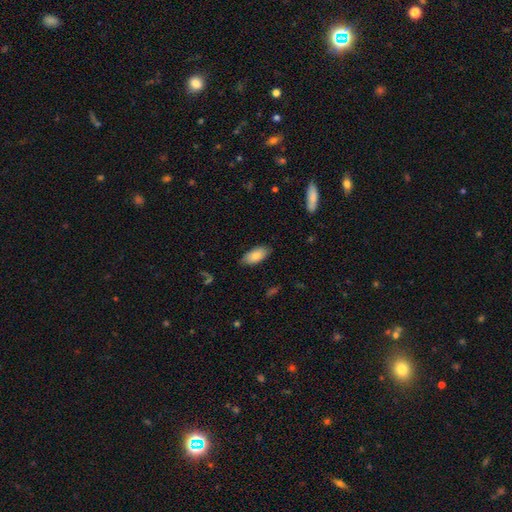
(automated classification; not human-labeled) The model was most divided on "smooth or featured": smooth: 82%, featured or disk: 11%, star or artifact: 7%. More confident: how rounded — in between (91%); merging — none (84%).